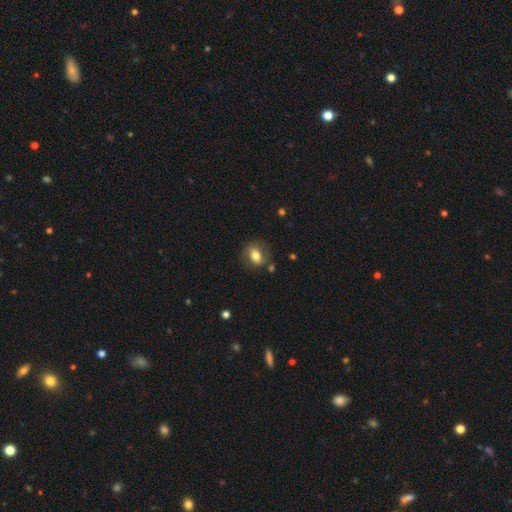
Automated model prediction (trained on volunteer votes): A smooth galaxy with no disk features (68%) that is in between round and cigar-shaped (73%).

Vote fractions:
- Smooth or featured? smooth: 68% / featured or disk: 23% / star or artifact: 8%
- How rounded? in between: 73% / round: 24% / cigar-shaped: 3%
- Merging? none: 72% / minor disturbance: 17% / major disturbance: 8% / merger: 4%